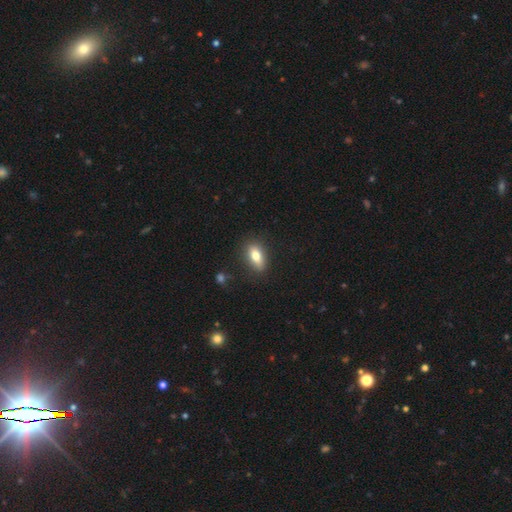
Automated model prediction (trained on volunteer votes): smooth 77%, featured or disk 15%, star or artifact 8%. Down the decision tree: how rounded — in between (81%); merging — none (82%).